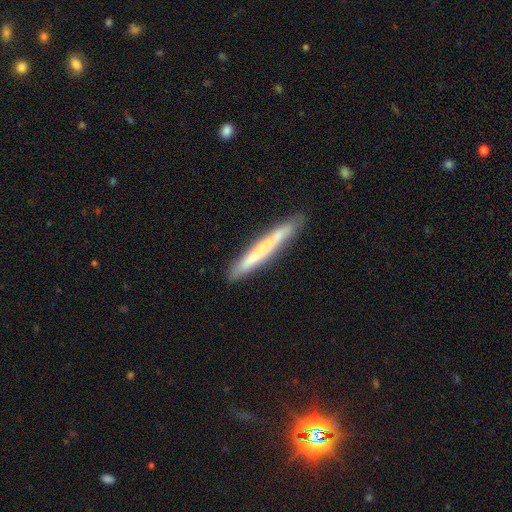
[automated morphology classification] This appears to be a smooth galaxy with no disk features (50%). Merging: none (83%).